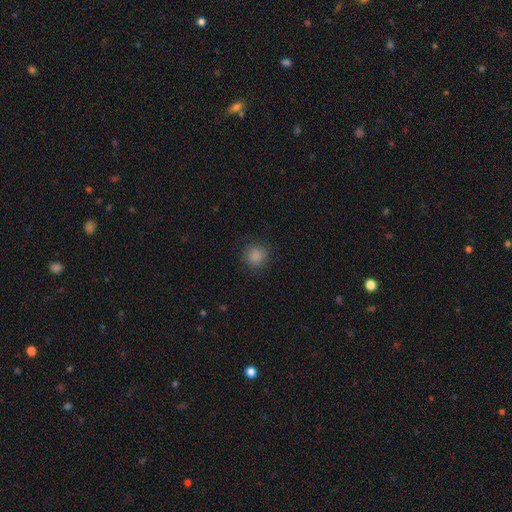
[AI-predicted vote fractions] A smooth galaxy with no disk features (86%) that is round (92%). Merging: none (87%).